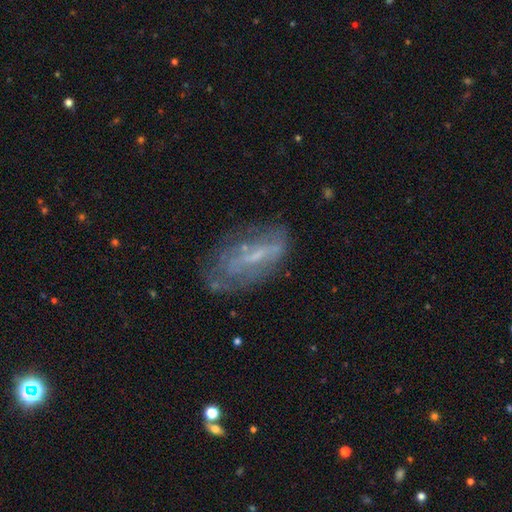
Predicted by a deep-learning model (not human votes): Smooth or featured: featured or disk — 61% (smooth — 28%)
Edge-on disk: no — 84% (yes — 16%)
Bar: weak — 39% (no — 34%)
Spiral arms: no — 54% (yes — 46%)
Bulge size: small — 53% (none — 26%)
Merging: none — 57% (minor disturbance — 25%)